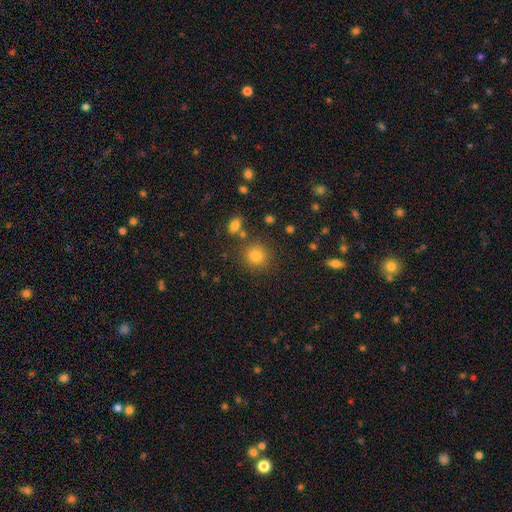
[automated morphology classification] A smooth galaxy with no disk features (82%) that is round (88%). Merging: none (82%).